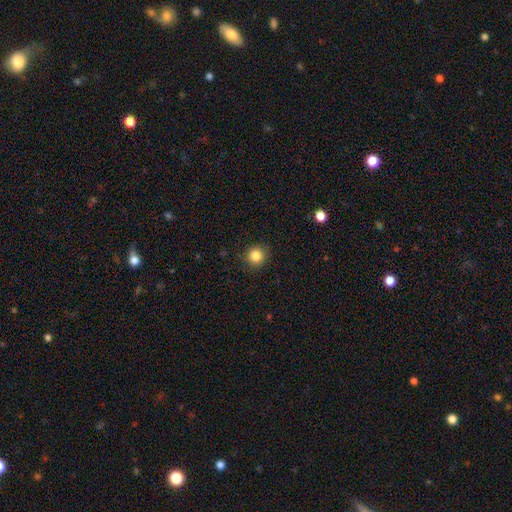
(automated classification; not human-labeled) Q: Smooth or featured?
A: smooth (85%); runner-up: star or artifact (11%)
Q: How rounded?
A: round (93%); runner-up: in between (6%)
Q: Merging?
A: none (90%); runner-up: minor disturbance (7%)